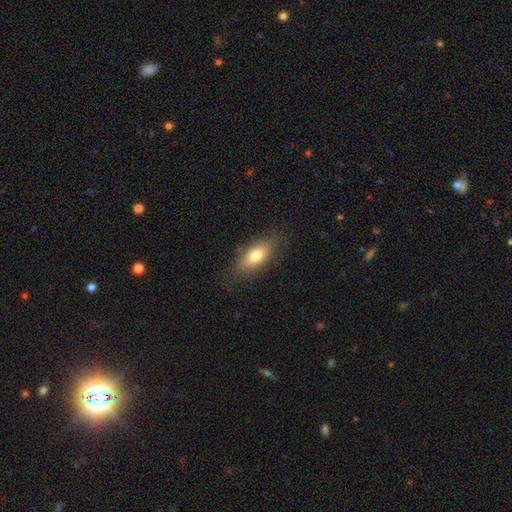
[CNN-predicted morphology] Smooth or featured: smooth — 72% (featured or disk — 20%)
How rounded: in between — 76% (cigar-shaped — 19%)
Merging: none — 81% (minor disturbance — 14%)